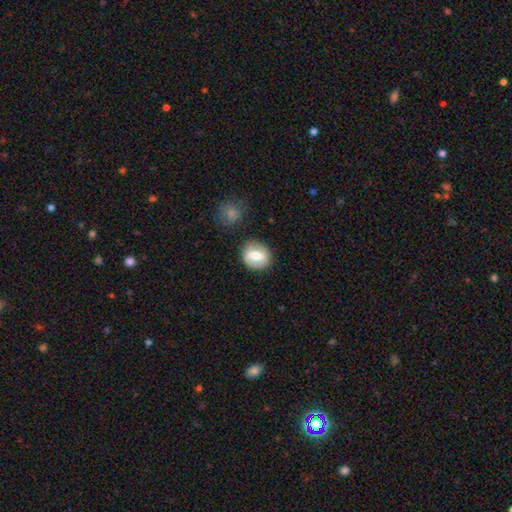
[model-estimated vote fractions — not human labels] smooth_or_featured: smooth (p=0.54) [alt: featured or disk p=0.39]
how_rounded: round (p=0.68) [alt: in between p=0.31]
merging: none (p=0.83) [alt: minor disturbance p=0.11]